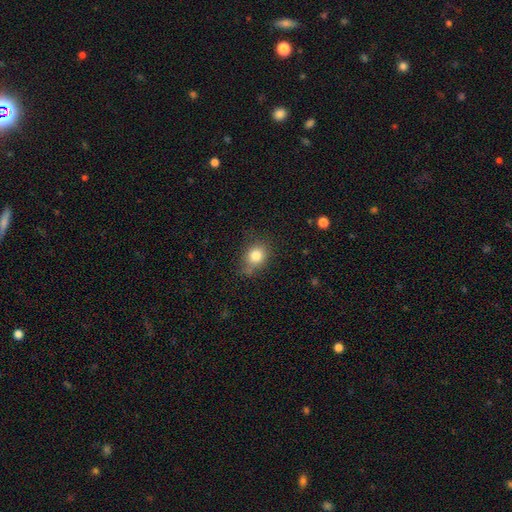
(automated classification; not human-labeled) Morphology: type=smooth (81%); roundness=round (59%); merging=none (68%).